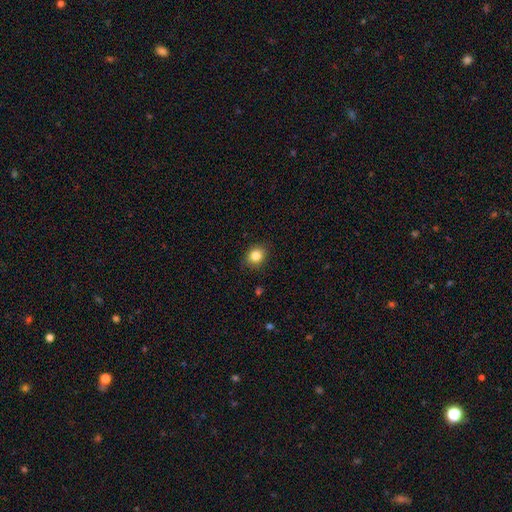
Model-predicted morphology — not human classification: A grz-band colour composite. It shows a smooth galaxy with no disk features (84%) that is round (66%). Merging: none (88%).